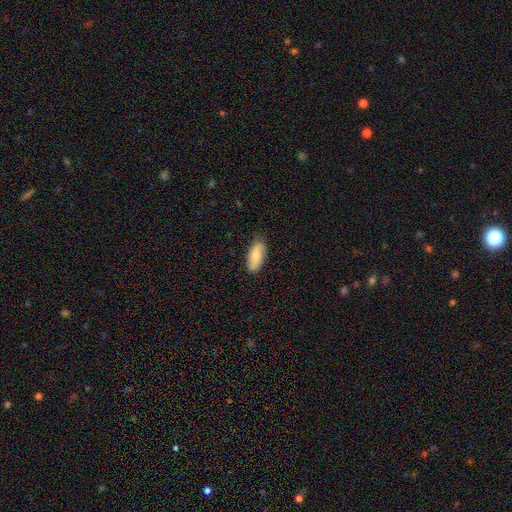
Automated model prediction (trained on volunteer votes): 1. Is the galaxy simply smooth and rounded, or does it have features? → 77% smooth, 18% featured or disk, 6% star or artifact.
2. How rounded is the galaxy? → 86% in between, 12% cigar-shaped, 2% round.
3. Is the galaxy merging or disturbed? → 80% none, 16% minor disturbance, 3% major disturbance, 1% merger.